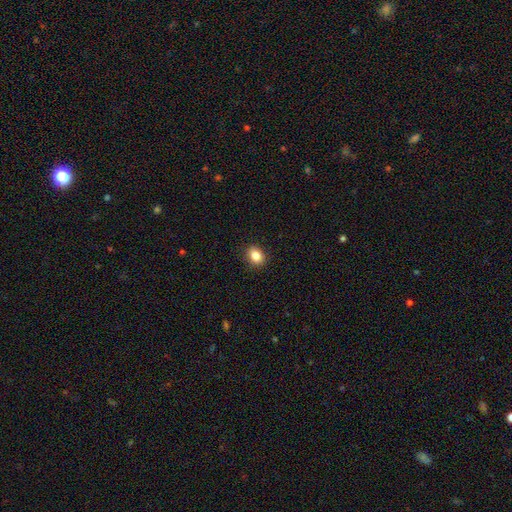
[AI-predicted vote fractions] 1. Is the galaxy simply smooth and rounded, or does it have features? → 85% smooth, 10% star or artifact, 5% featured or disk.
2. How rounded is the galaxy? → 60% in between, 39% round, 1% cigar-shaped.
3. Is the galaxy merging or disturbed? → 89% none, 8% minor disturbance, 2% major disturbance, 1% merger.